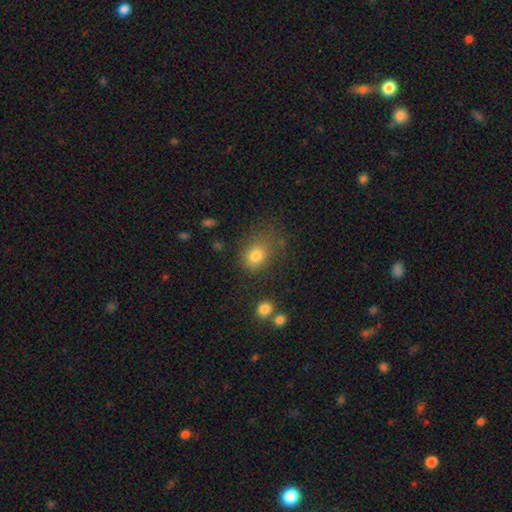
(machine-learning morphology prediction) Smooth or featured? smooth (80%)
How rounded? in between (55%)
Merging? none (59%)